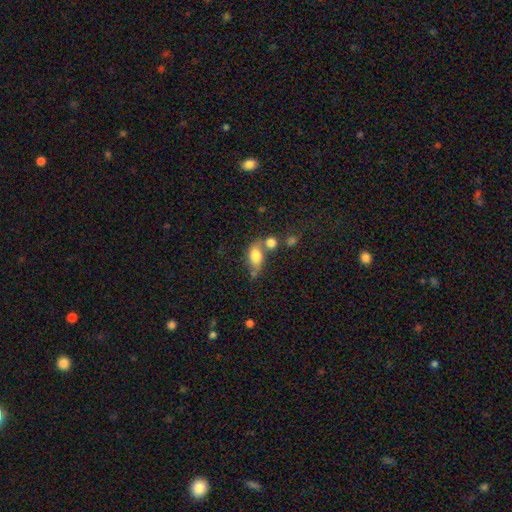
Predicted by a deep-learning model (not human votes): smooth 76%, featured or disk 15%, star or artifact 9%. Down the decision tree: how rounded — in between (78%); merging — none (38%).